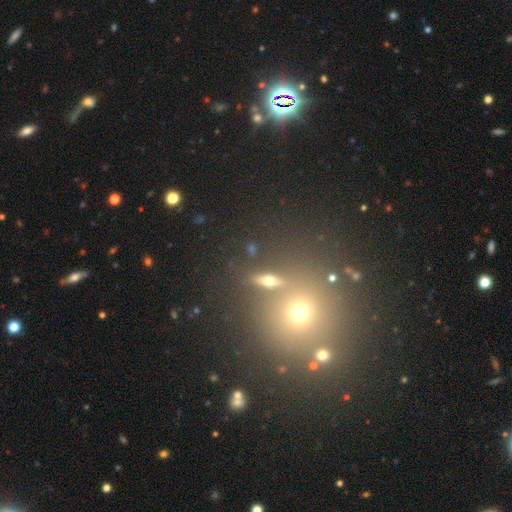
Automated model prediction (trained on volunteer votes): Smooth or featured? star or artifact (47%)